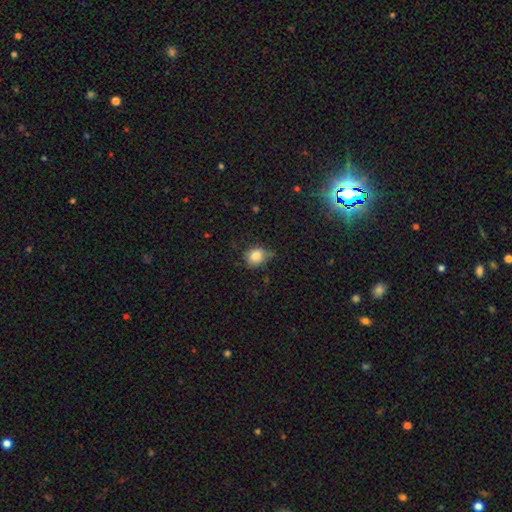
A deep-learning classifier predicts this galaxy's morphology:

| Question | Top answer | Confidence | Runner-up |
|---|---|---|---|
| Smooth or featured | smooth | 83% | star or artifact (10%) |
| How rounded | round | 52% | in between (47%) |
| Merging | none | 53% | minor disturbance (36%) |